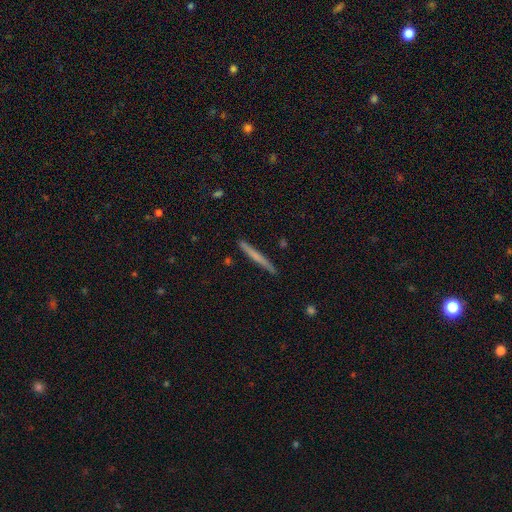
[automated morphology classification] The model was most divided on "smooth or featured": smooth: 54%, featured or disk: 40%, star or artifact: 6%. More confident: how rounded — cigar-shaped (97%); merging — none (90%).